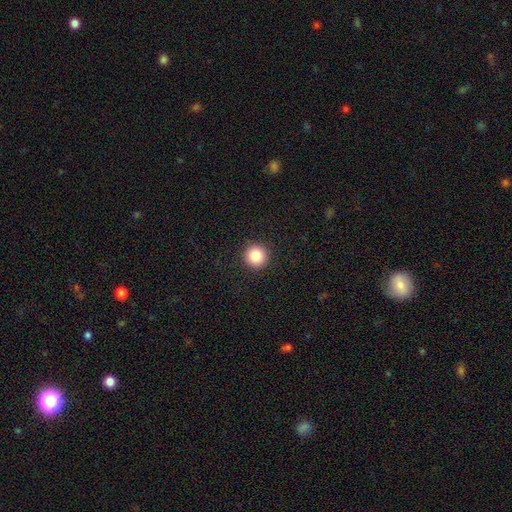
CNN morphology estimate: The model was most divided on "smooth or featured": smooth: 86%, star or artifact: 10%, featured or disk: 5%. More confident: how rounded — round (96%); merging — none (93%).